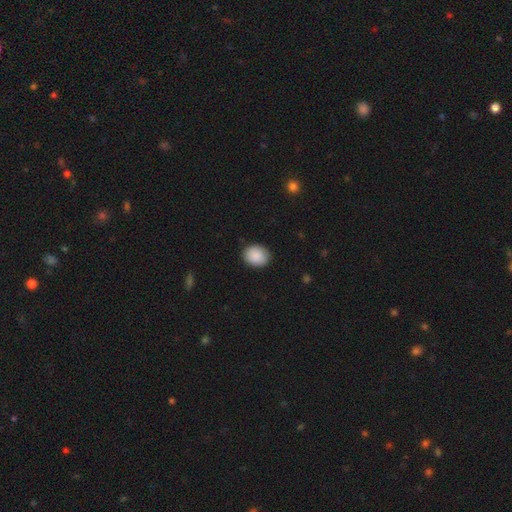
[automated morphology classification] smooth-or-featured: smooth: 90% | star or artifact: 7% | featured or disk: 3%
  how-rounded: round: 50% | in between: 49% | cigar-shaped: 1%
  merging: none: 88% | minor disturbance: 9% | major disturbance: 2% | merger: 1%